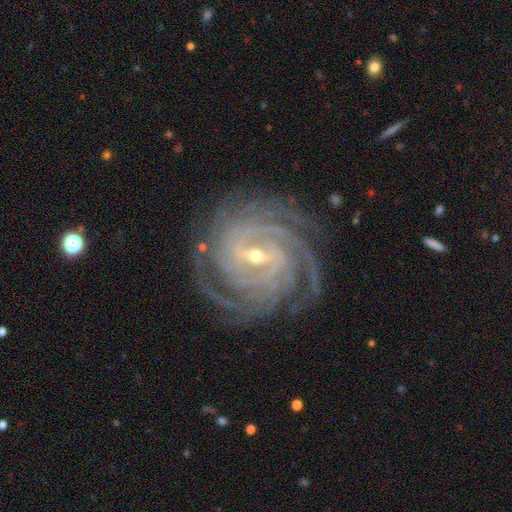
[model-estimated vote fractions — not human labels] Smooth or featured? featured or disk (93%)
Edge-on disk? no (97%)
Bar? strong (47%)
Spiral arms? yes (99%)
Spiral winding? tight (83%)
Spiral arm count? 4 (36%)
Bulge size? small (59%)
Merging? none (83%)